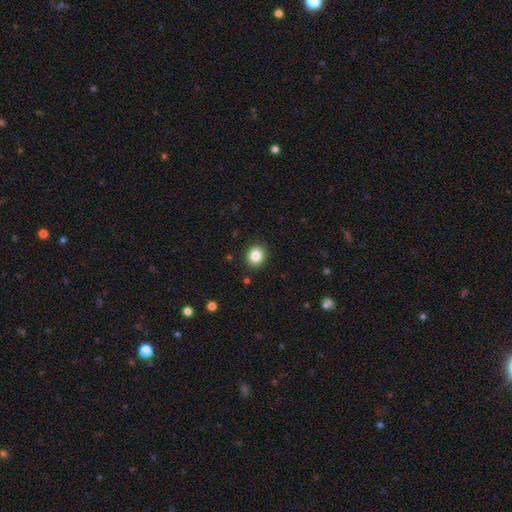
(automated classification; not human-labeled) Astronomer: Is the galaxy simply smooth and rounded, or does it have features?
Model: smooth — 84%.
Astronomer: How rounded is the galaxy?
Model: round — 71%.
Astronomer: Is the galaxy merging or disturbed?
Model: none — 91%.